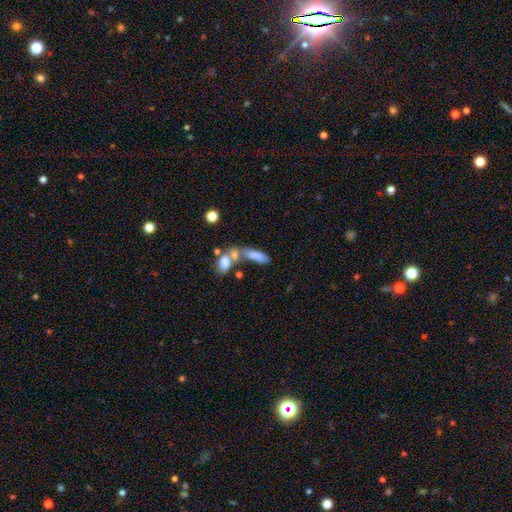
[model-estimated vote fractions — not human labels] This is likely a smooth galaxy (72%). How rounded: likely in between (61%). Merging: possibly merger (51%).